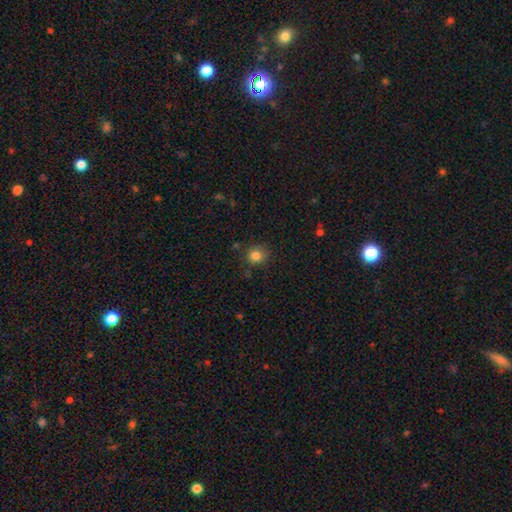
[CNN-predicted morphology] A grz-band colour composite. It shows a smooth galaxy with no disk features (83%) that is round (84%). Merging: none (81%).